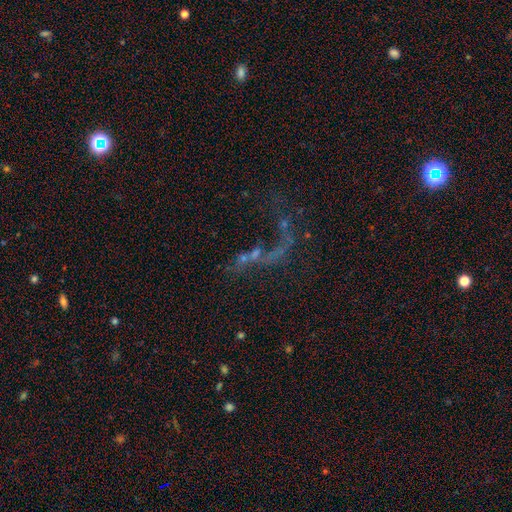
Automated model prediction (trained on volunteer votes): Smooth or featured?
  - featured or disk: 52% *
  - star or artifact: 26%
  - smooth: 22%
Edge-on disk?
  - no: 92% *
  - yes: 8%
Merging?
  - major disturbance: 33% *
  - none: 30%
  - merger: 27%
  - minor disturbance: 10%